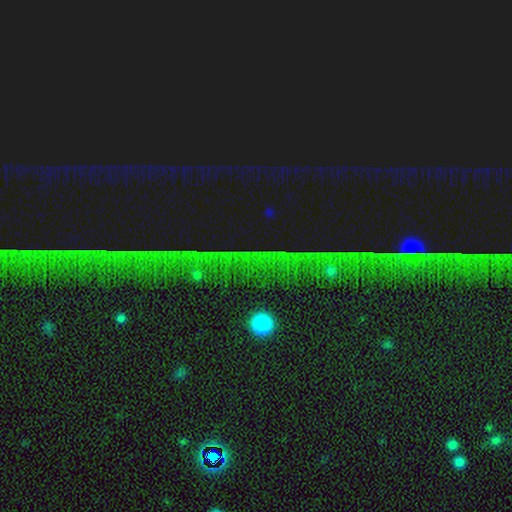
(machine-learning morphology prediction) Smooth or featured? Predicted: star or artifact (p=0.86).